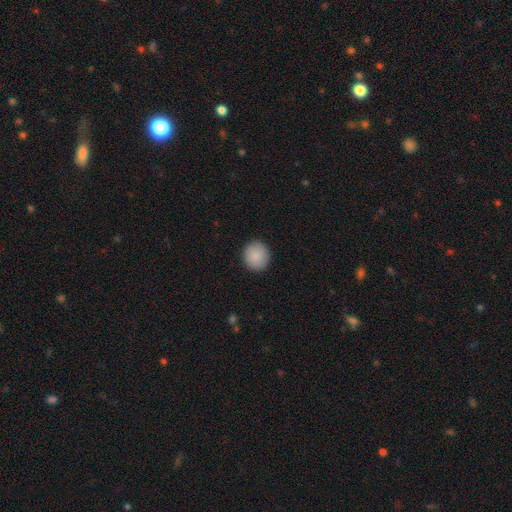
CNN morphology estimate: Q: Smooth or featured?
A: smooth (89%); runner-up: star or artifact (7%)
Q: How rounded?
A: round (91%); runner-up: in between (8%)
Q: Merging?
A: none (91%); runner-up: minor disturbance (6%)